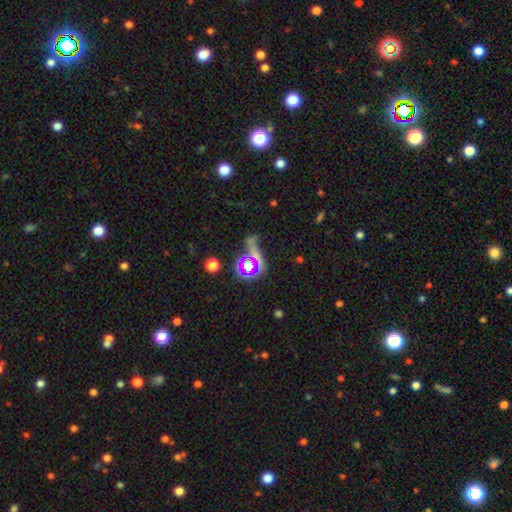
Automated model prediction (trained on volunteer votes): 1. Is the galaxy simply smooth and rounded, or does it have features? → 51% star or artifact, 34% smooth, 15% featured or disk.